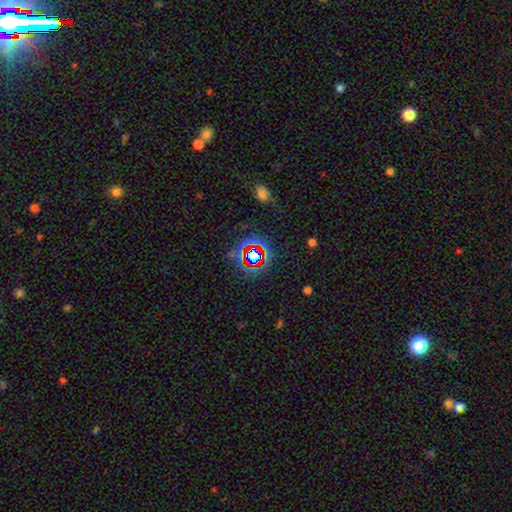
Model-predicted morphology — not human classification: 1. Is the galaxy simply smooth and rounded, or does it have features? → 69% star or artifact, 19% smooth, 12% featured or disk.